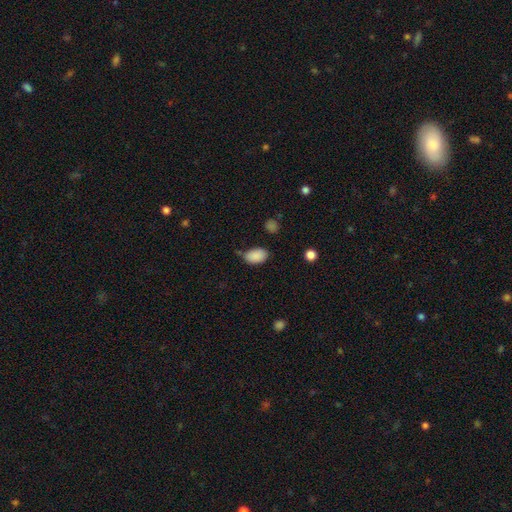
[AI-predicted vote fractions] Smooth or featured? Predicted: smooth (p=0.88). How rounded? Predicted: in between (p=0.90). Merging? Predicted: none (p=0.67).